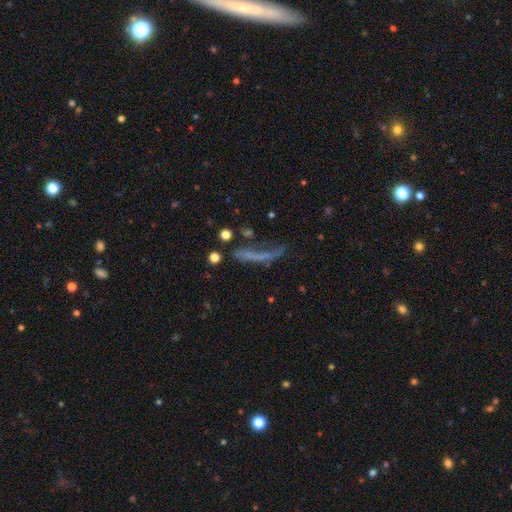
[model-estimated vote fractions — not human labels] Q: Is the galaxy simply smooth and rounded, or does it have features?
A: smooth — 42%.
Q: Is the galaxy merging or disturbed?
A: none — 37%.